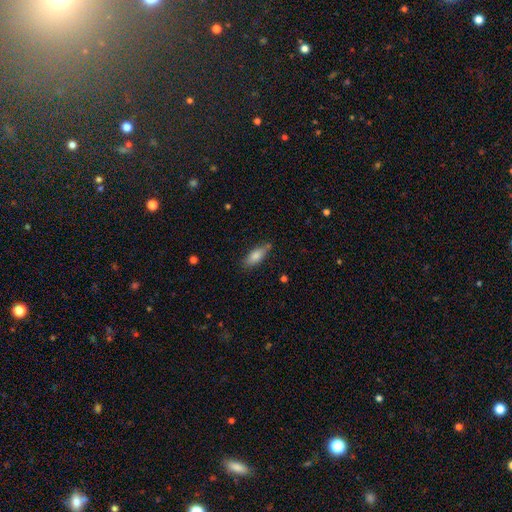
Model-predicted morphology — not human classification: Smooth or featured? smooth (80%)
How rounded? in between (67%)
Merging? none (75%)